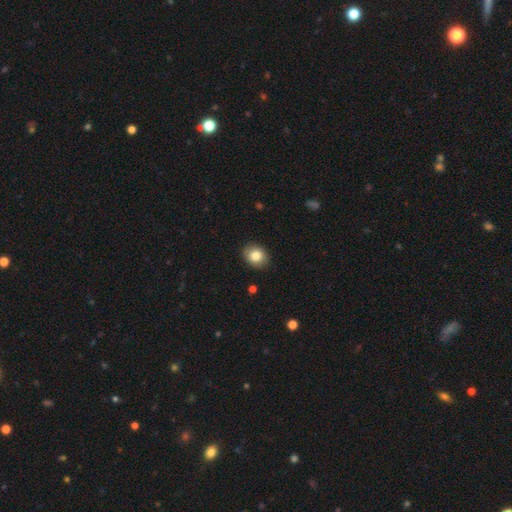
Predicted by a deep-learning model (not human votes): A smooth galaxy with no disk features (83%) that is round (55%).

Vote fractions:
- Smooth or featured? smooth: 83% / star or artifact: 9% / featured or disk: 8%
- How rounded? round: 55% / in between: 44% / cigar-shaped: 1%
- Merging? none: 89% / minor disturbance: 9% / major disturbance: 2% / merger: 1%